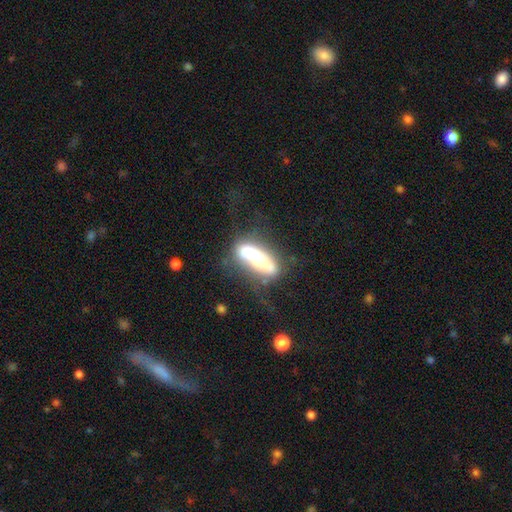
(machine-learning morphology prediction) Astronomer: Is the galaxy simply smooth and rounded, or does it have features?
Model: featured or disk — 51% (runner-up: smooth, 41%).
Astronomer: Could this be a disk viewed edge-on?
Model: no — 57% (runner-up: yes, 43%).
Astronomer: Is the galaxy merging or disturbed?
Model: none — 46% (runner-up: minor disturbance, 24%).